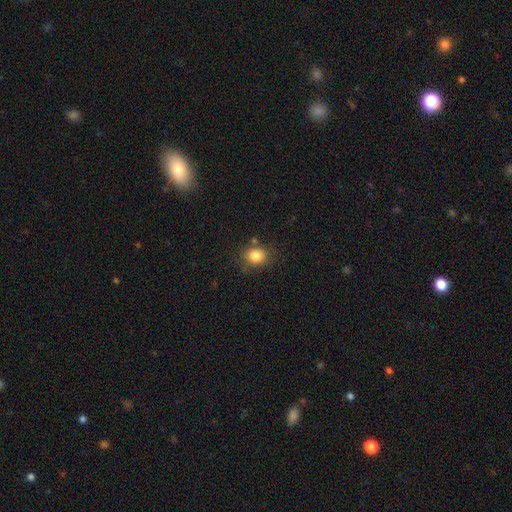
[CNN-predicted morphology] Smooth or featured?
  - smooth: 83% *
  - star or artifact: 10%
  - featured or disk: 6%
How rounded?
  - round: 56% *
  - in between: 43%
  - cigar-shaped: 1%
Merging?
  - none: 75% *
  - minor disturbance: 14%
  - merger: 6%
  - major disturbance: 4%